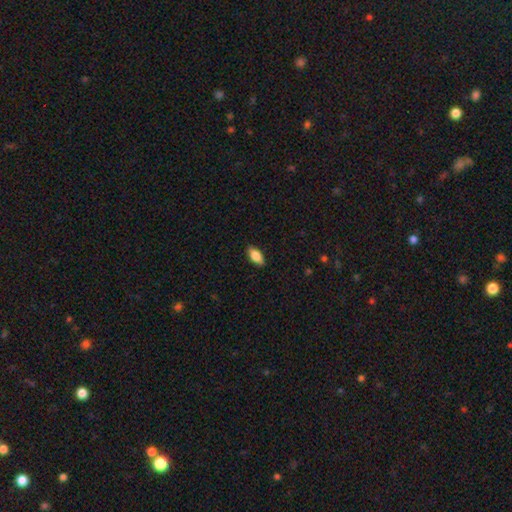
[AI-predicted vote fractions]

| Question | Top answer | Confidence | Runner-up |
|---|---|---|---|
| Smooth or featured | smooth | 84% | featured or disk (10%) |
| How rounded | in between | 88% | cigar-shaped (10%) |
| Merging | none | 88% | minor disturbance (9%) |